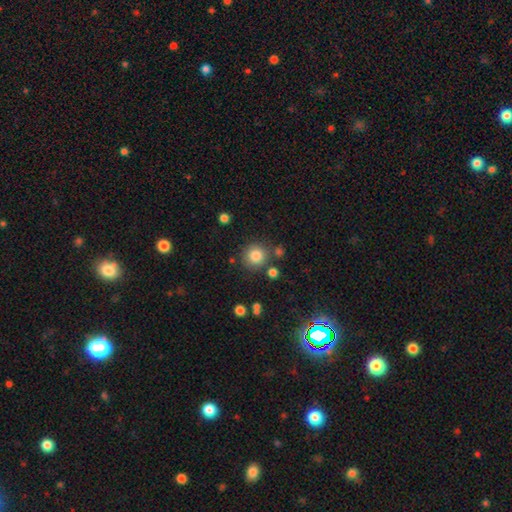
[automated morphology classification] A smooth galaxy with no disk features (83%) that is round (93%).

Vote fractions:
- Smooth or featured? smooth: 83% / star or artifact: 11% / featured or disk: 6%
- How rounded? round: 93% / in between: 6% / cigar-shaped: 1%
- Merging? none: 81% / minor disturbance: 9% / merger: 6% / major disturbance: 3%